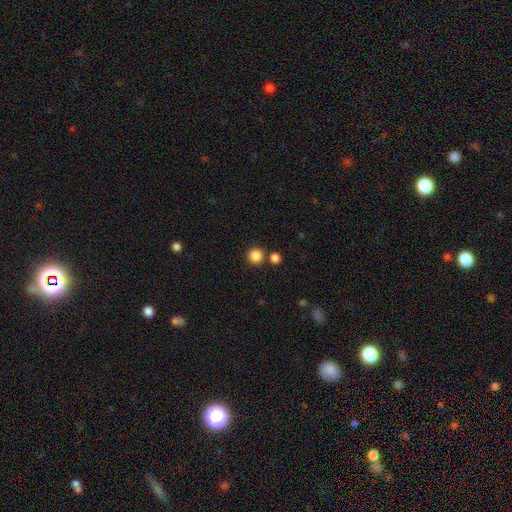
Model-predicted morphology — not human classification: A smooth galaxy with no disk features (85%) that is round (94%). Merging: none (79%).